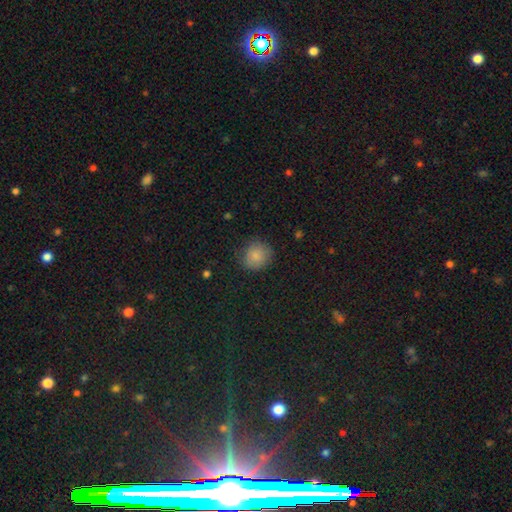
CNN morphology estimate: Smooth or featured? Predicted: smooth (p=0.84). How rounded? Predicted: round (p=0.82). Merging? Predicted: none (p=0.77).